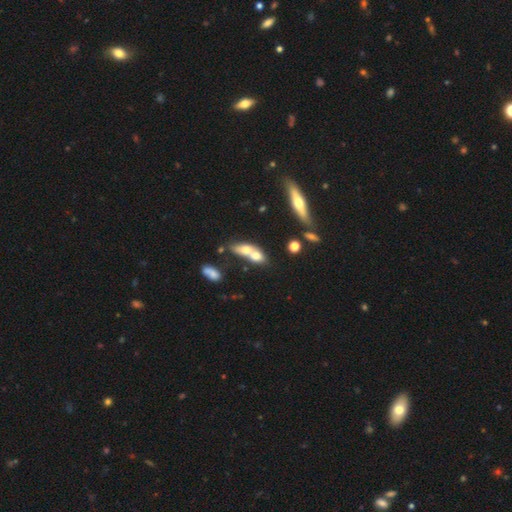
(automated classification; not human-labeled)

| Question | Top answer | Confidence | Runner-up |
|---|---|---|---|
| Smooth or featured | smooth | 62% | featured or disk (28%) |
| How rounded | in between | 61% | round (25%) |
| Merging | merger | 71% | none (18%) |